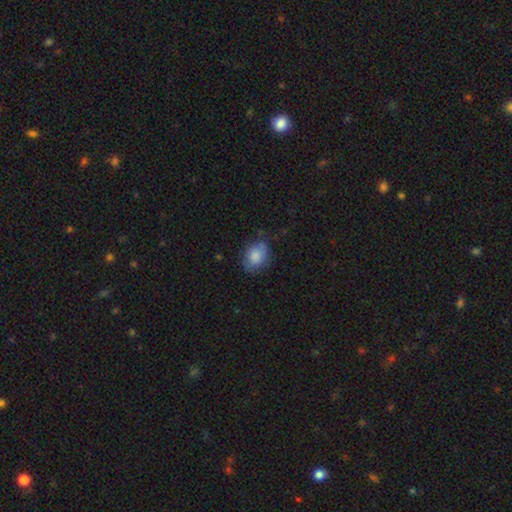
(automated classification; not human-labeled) Smooth or featured?
  - smooth: 81% *
  - featured or disk: 11%
  - star or artifact: 8%
How rounded?
  - in between: 60% *
  - round: 39%
  - cigar-shaped: 1%
Merging?
  - none: 66% *
  - minor disturbance: 25%
  - major disturbance: 7%
  - merger: 2%